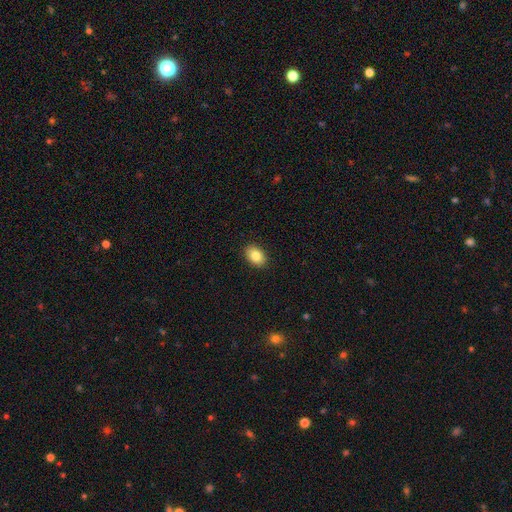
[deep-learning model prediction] smooth-or-featured: smooth: 85% | star or artifact: 8% | featured or disk: 7%
  how-rounded: in between: 82% | round: 17% | cigar-shaped: 1%
  merging: none: 90% | minor disturbance: 7% | major disturbance: 2% | merger: 1%